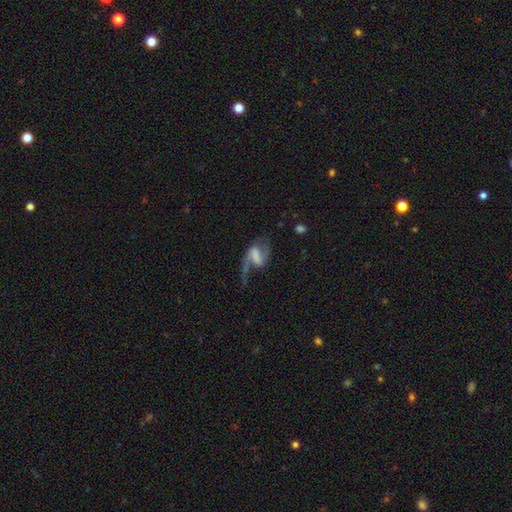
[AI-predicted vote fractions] Overall: featured or disk (77%). Edge-on disk: no (97%). Bar: weak (41%; strong 40%). Spiral arms: yes (90%). Spiral arm count: 2 (72%). Spiral winding: loose (69%). Bulge size: none (52%; large 15%). Merging: none (40%; major disturbance 38%).